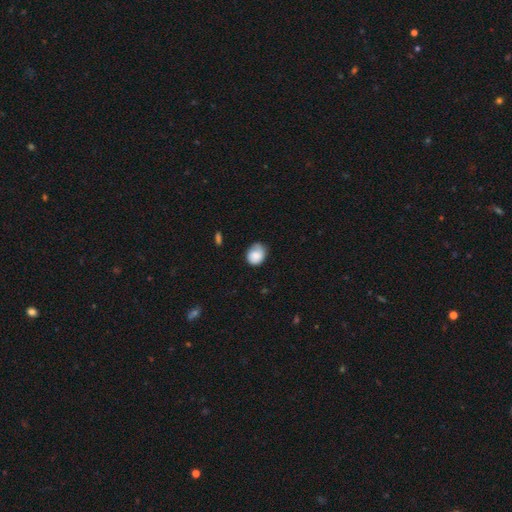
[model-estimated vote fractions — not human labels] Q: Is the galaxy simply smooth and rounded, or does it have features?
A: smooth — 80%.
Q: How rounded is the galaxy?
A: round — 57%.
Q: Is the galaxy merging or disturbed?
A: none — 59%.